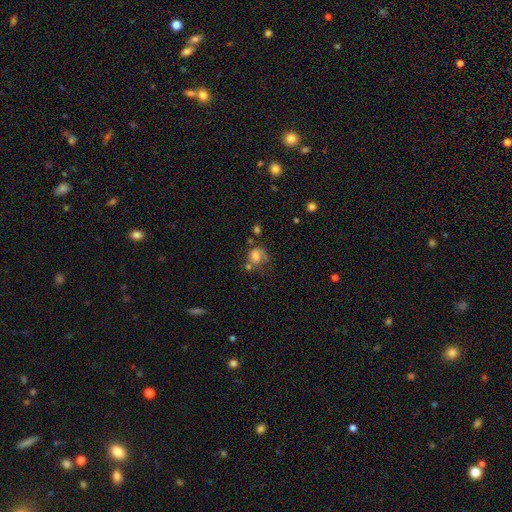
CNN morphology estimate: A smooth galaxy with no disk features (46%).

Vote fractions:
- Smooth or featured? smooth: 46% / featured or disk: 43% / star or artifact: 11%
- Merging? none: 38% / major disturbance: 24% / minor disturbance: 22% / merger: 15%